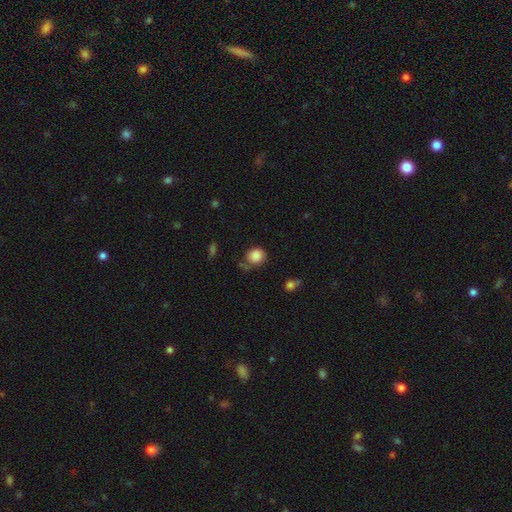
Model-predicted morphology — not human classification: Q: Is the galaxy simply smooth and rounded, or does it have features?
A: smooth — 86%.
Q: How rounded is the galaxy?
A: round — 76%.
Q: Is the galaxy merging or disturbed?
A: none — 60%.